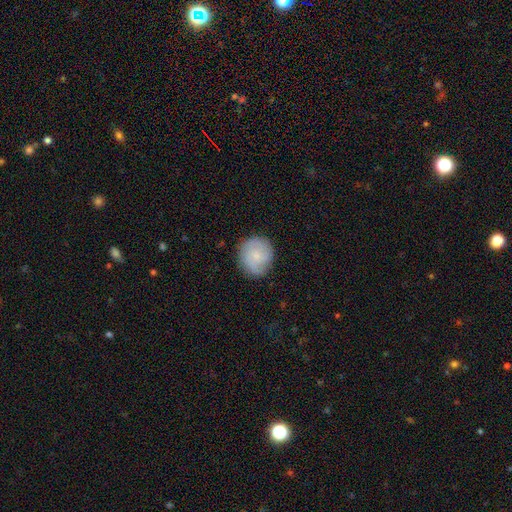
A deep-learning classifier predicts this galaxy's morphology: Overall: smooth (49%; featured or disk 44%). Merging: none (81%).